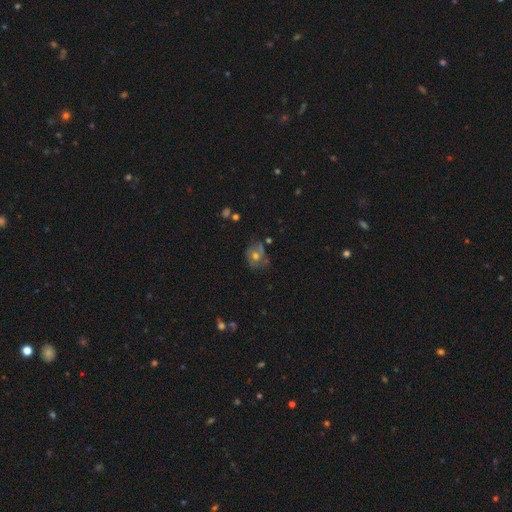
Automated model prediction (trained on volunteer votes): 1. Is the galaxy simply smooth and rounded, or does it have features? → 43% smooth, 42% featured or disk, 15% star or artifact.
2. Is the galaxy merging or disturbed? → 52% none, 25% minor disturbance, 13% major disturbance, 9% merger.